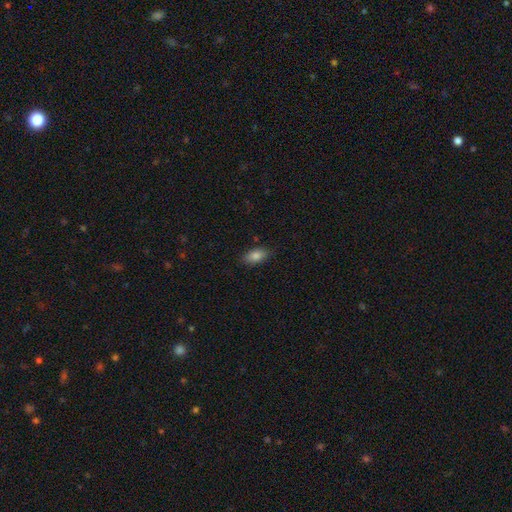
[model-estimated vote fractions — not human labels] Q: Smooth or featured?
A: smooth (84%); runner-up: featured or disk (9%)
Q: How rounded?
A: in between (90%); runner-up: cigar-shaped (6%)
Q: Merging?
A: none (85%); runner-up: minor disturbance (11%)